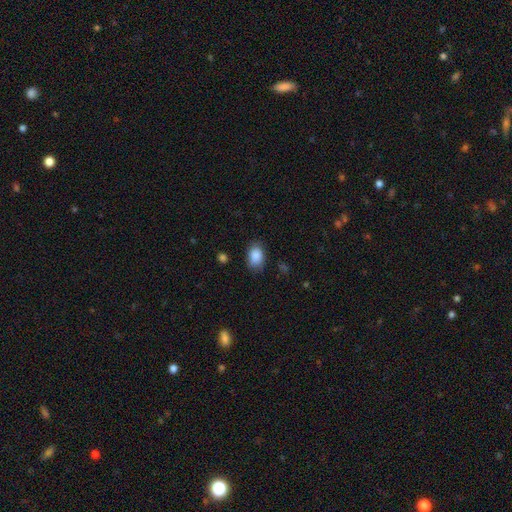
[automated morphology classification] The model was most divided on "merging": none: 76%, minor disturbance: 18%, major disturbance: 4%, merger: 1%. More confident: smooth or featured — smooth (87%); how rounded — in between (84%).